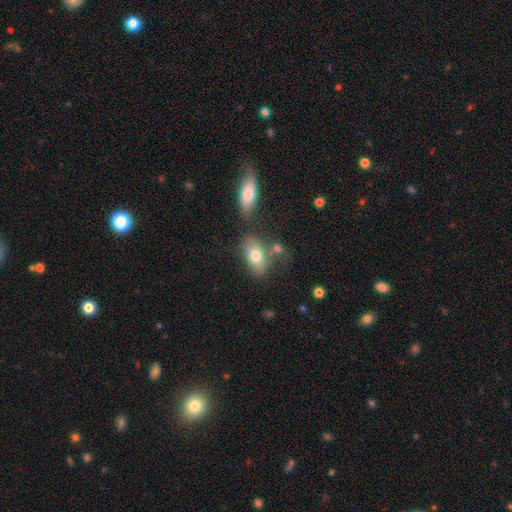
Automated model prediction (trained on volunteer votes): This is likely a smooth galaxy (73%). How rounded: clearly in between (88%). Merging: possibly none (57%).